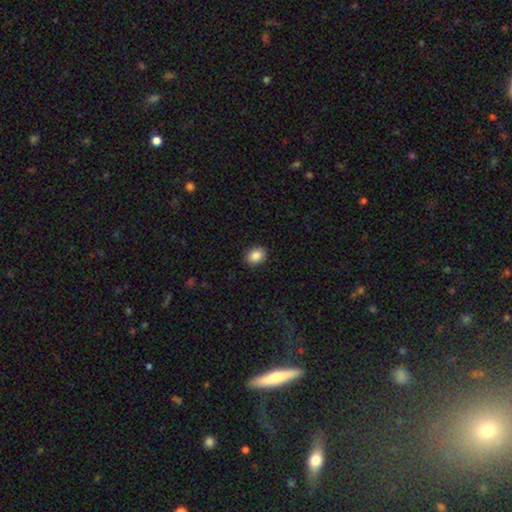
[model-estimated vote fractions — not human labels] smooth 88%, star or artifact 8%, featured or disk 4%. Down the decision tree: how rounded — in between (58%); merging — none (90%).